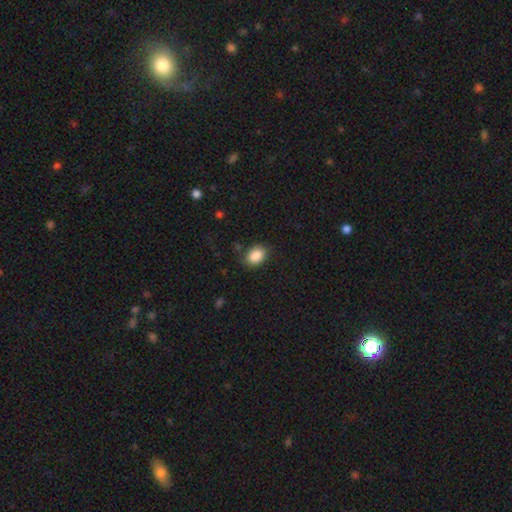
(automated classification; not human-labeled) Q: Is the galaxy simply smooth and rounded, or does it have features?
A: smooth — 88%.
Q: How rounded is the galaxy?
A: in between — 70%.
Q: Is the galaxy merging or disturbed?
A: none — 82%.